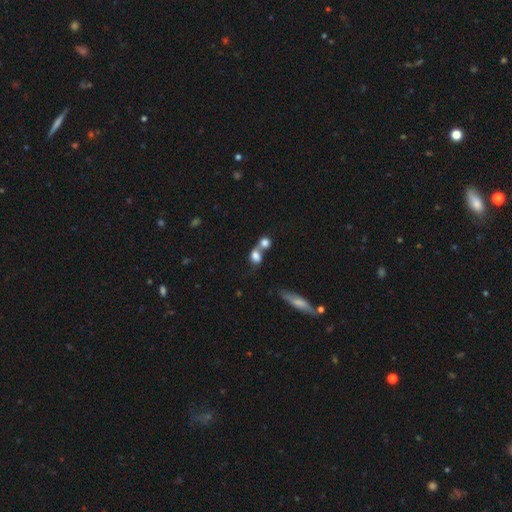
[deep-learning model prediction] Morphology: type=smooth (77%); roundness=round (50%); merging=merger (60%).